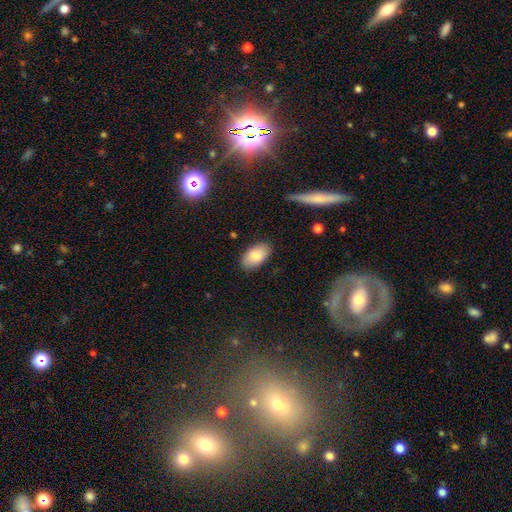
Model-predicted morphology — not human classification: A smooth galaxy with no disk features (85%) that is in between round and cigar-shaped (95%). Merging: none (86%).